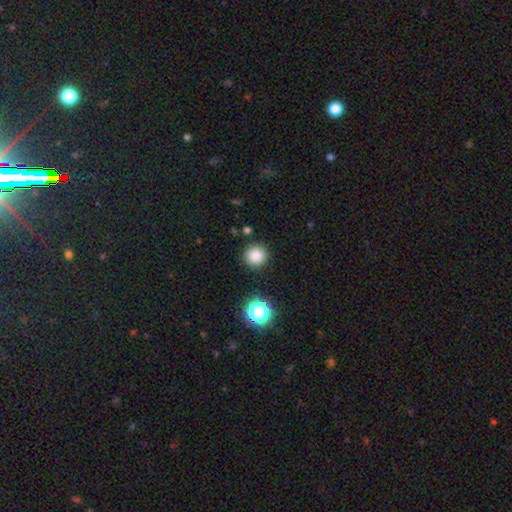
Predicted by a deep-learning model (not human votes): Smooth or featured? smooth (82%)
How rounded? round (95%)
Merging? none (89%)